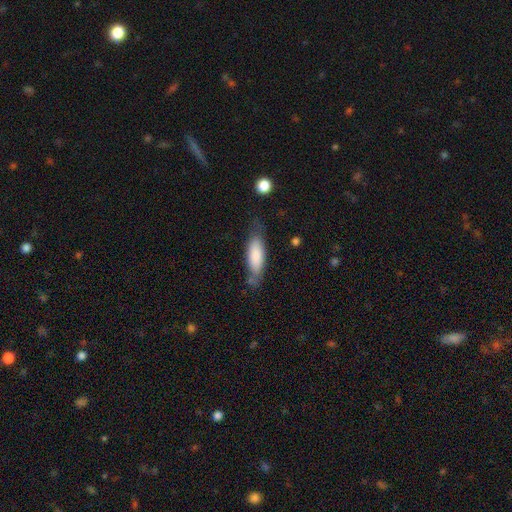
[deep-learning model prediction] smooth 80%, featured or disk 14%, star or artifact 6%. Down the decision tree: how rounded — in between (57%); merging — none (63%).